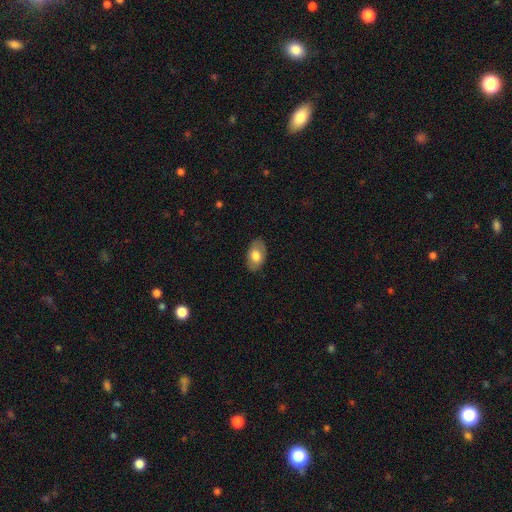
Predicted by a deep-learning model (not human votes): Q: Smooth or featured?
A: smooth (73%); runner-up: featured or disk (20%)
Q: How rounded?
A: in between (92%); runner-up: round (7%)
Q: Merging?
A: none (83%); runner-up: minor disturbance (13%)